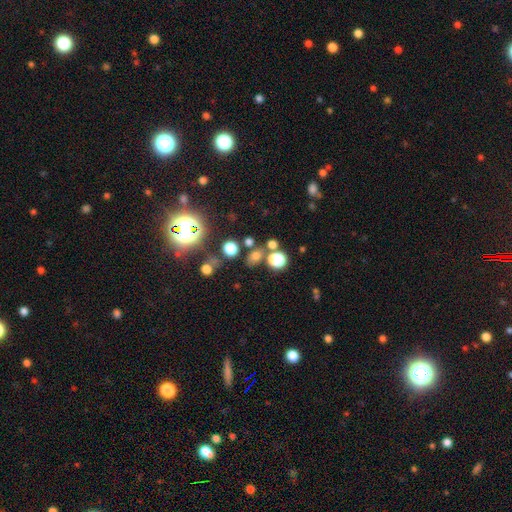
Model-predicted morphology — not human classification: Overall: smooth (65%; star or artifact 27%). How rounded: round (56%; in between 42%). Merging: none (71%).